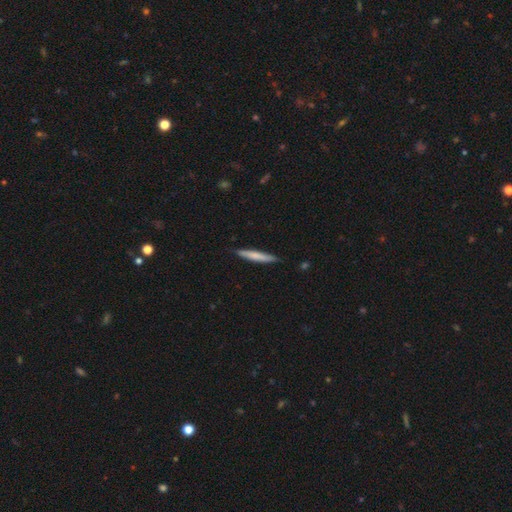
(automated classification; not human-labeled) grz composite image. It shows a smooth galaxy with no disk features (67%) that is cigar-shaped (94%). Merging: none (87%).